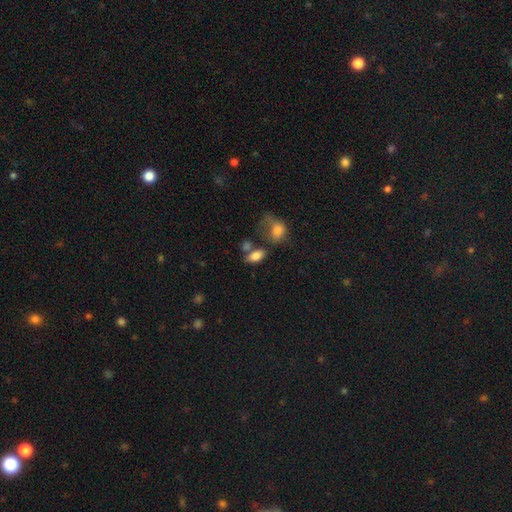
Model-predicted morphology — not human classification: Smooth or featured? Predicted: smooth (p=0.81). How rounded? Predicted: in between (p=0.88). Merging? Predicted: none (p=0.49).